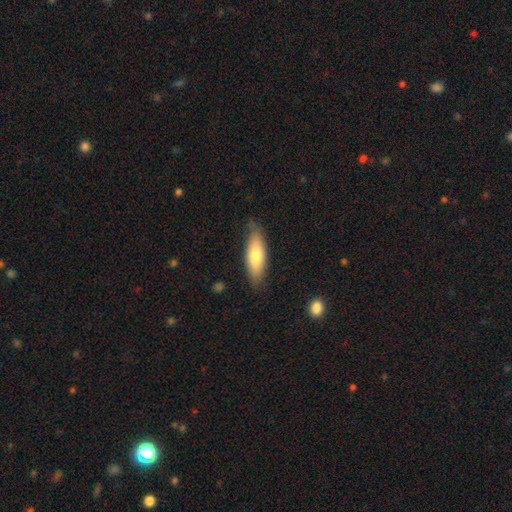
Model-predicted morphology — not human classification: Smooth or featured? smooth (71%)
How rounded? in between (61%)
Merging? none (77%)